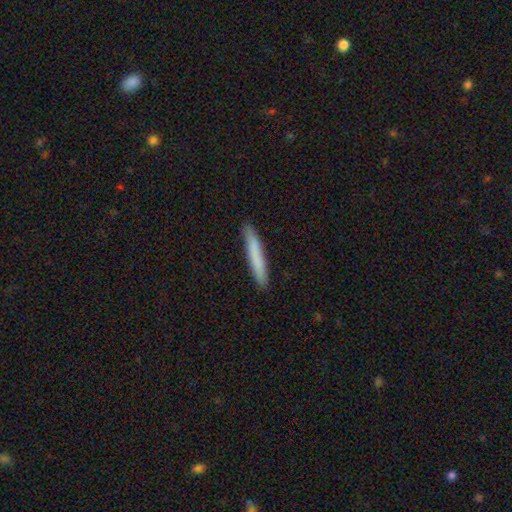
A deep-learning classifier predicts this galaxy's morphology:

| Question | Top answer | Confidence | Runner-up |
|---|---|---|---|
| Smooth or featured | smooth | 77% | featured or disk (17%) |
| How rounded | cigar-shaped | 96% | in between (3%) |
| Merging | none | 90% | minor disturbance (7%) |